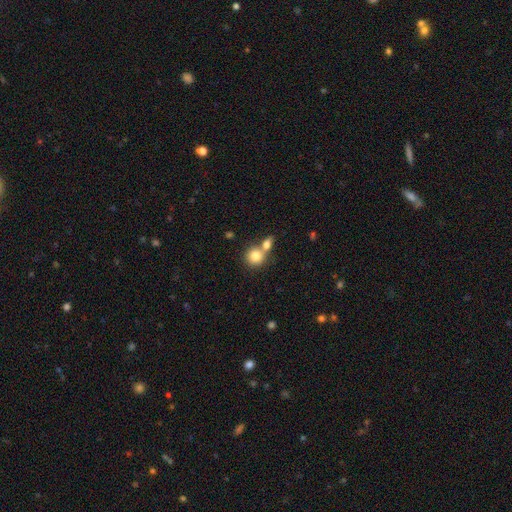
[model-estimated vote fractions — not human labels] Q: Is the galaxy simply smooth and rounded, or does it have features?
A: smooth — 81%.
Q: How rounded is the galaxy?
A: round — 83%.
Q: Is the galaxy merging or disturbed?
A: merger — 50%.